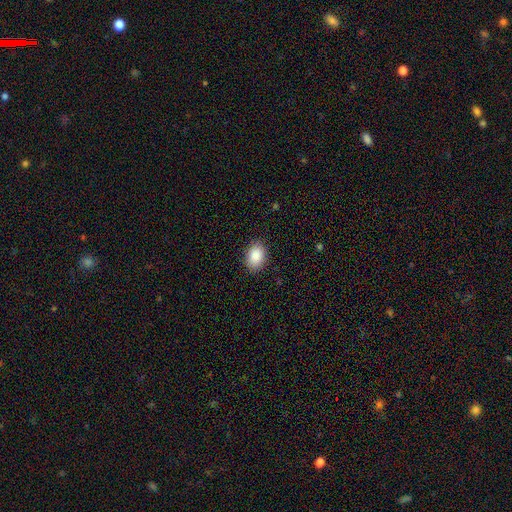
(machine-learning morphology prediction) Smooth or featured?
  - smooth: 89% *
  - star or artifact: 7%
  - featured or disk: 4%
How rounded?
  - in between: 82% *
  - round: 17%
  - cigar-shaped: 1%
Merging?
  - none: 87% *
  - minor disturbance: 10%
  - major disturbance: 2%
  - merger: 1%